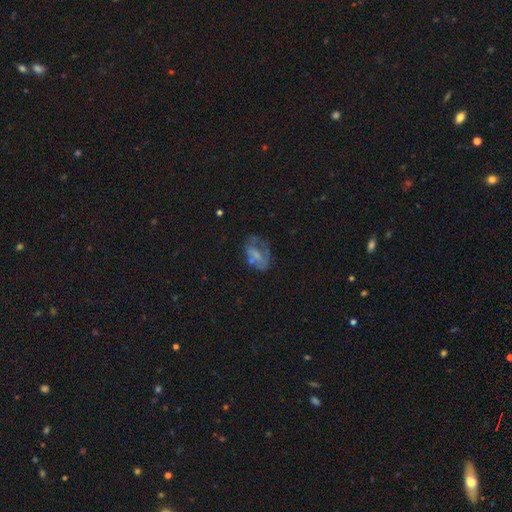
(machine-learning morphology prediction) The model was most divided on "merging": none: 40%, major disturbance: 28%, minor disturbance: 26%, merger: 6%. More confident: edge-on disk — no (96%); smooth or featured — featured or disk (51%).